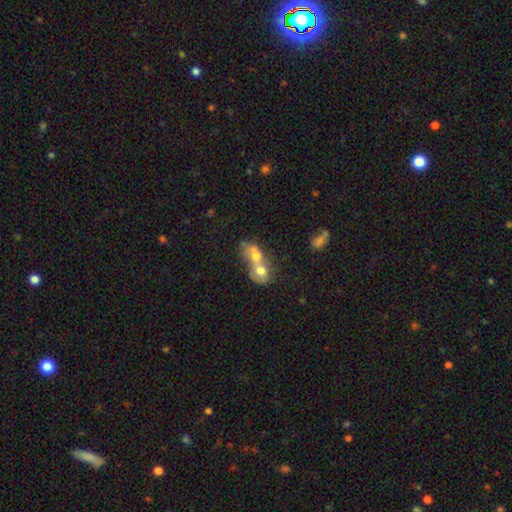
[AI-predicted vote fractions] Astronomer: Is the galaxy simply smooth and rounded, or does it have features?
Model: smooth — 62%.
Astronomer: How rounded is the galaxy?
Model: round — 49% (runner-up: in between, 48%).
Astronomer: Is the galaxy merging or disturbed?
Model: merger — 80%.